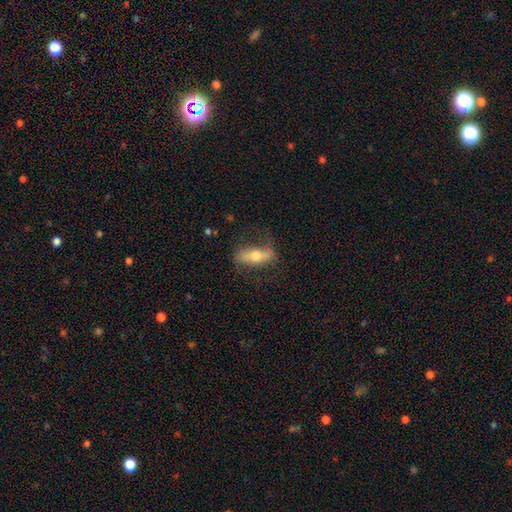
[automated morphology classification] featured or disk 55%, smooth 37%, star or artifact 8%. Down the decision tree: edge-on disk — no (53%); merging — none (68%).